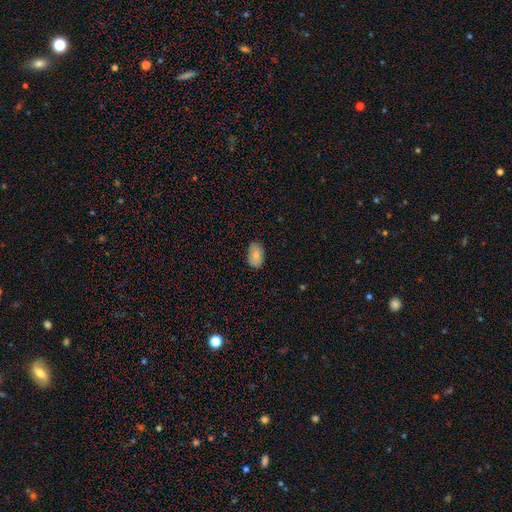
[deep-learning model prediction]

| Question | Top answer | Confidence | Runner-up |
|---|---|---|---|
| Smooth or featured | smooth | 81% | featured or disk (12%) |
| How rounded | in between | 91% | round (7%) |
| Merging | none | 85% | minor disturbance (12%) |